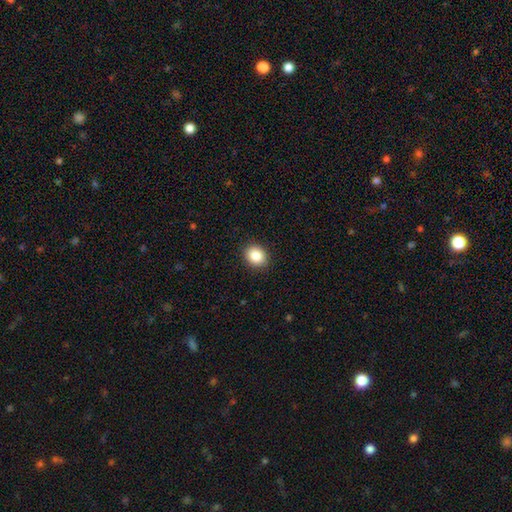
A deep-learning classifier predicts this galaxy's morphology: Smooth or featured? Predicted: smooth (p=0.86). How rounded? Predicted: round (p=0.64). Merging? Predicted: none (p=0.91).